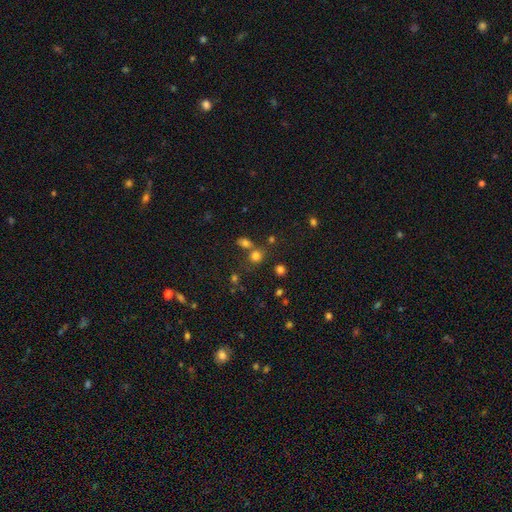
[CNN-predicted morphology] Smooth or featured: smooth — 73% (star or artifact — 20%)
How rounded: round — 73% (in between — 26%)
Merging: none — 61% (merger — 25%)